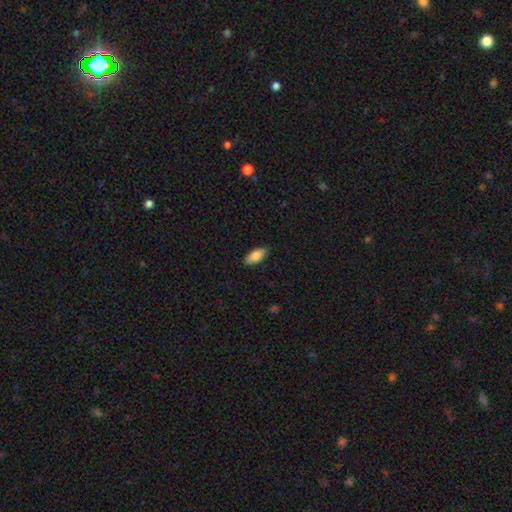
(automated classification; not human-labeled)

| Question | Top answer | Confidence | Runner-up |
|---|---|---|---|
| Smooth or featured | smooth | 83% | featured or disk (11%) |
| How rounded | in between | 82% | cigar-shaped (16%) |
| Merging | none | 87% | minor disturbance (10%) |